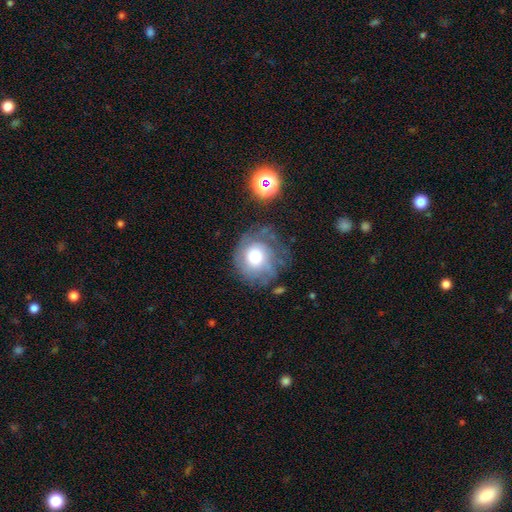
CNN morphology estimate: smooth_or_featured: smooth (p=0.46) [alt: featured or disk p=0.43]
merging: none (p=0.56) [alt: minor disturbance p=0.24]